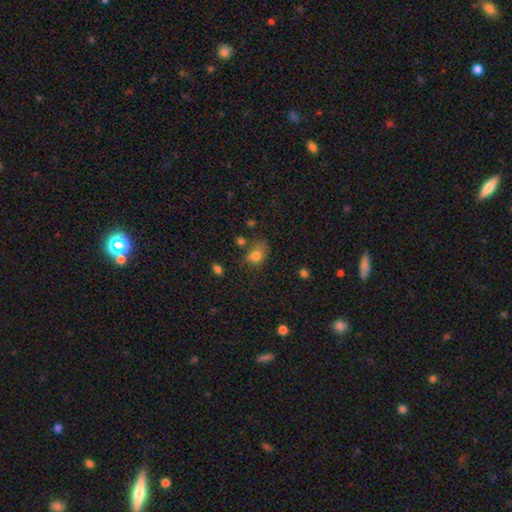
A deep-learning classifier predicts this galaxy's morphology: This appears to be a smooth galaxy with no disk features (78%) that is in between round and cigar-shaped (60%). Merging: none (48%).